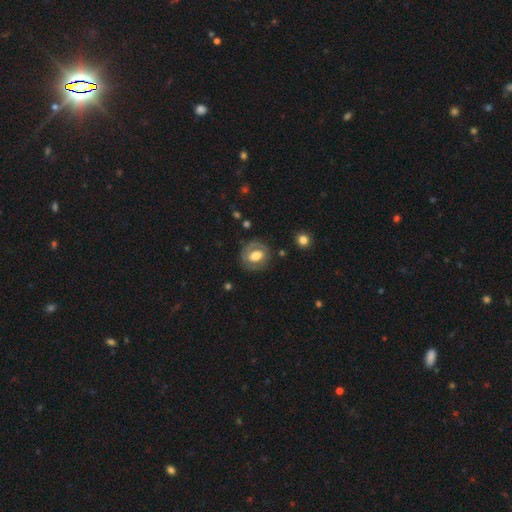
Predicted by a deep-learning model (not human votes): Smooth or featured?
  - featured or disk: 49% *
  - smooth: 44%
  - star or artifact: 7%
Merging?
  - none: 74% *
  - minor disturbance: 16%
  - major disturbance: 8%
  - merger: 2%